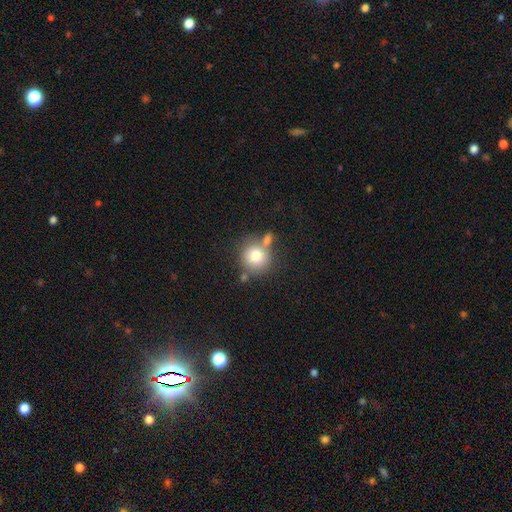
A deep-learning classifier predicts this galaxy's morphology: A smooth galaxy with no disk features (77%) that is round (91%).

Vote fractions:
- Smooth or featured? smooth: 77% / featured or disk: 13% / star or artifact: 10%
- How rounded? round: 91% / in between: 9% / cigar-shaped: 1%
- Merging? none: 59% / merger: 23% / minor disturbance: 13% / major disturbance: 5%